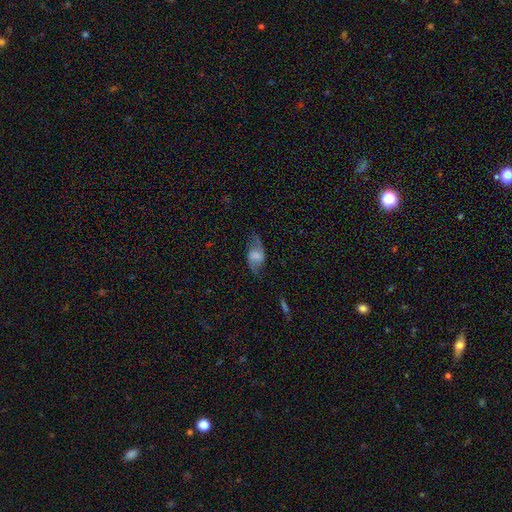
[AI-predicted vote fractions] Q: Smooth or featured?
A: featured or disk (63%); runner-up: smooth (29%)
Q: Edge-on disk?
A: no (93%); runner-up: yes (7%)
Q: Bar?
A: weak (48%); runner-up: strong (27%)
Q: Spiral arms?
A: yes (85%); runner-up: no (15%)
Q: Bulge size?
A: none (31%); runner-up: moderate (26%)
Q: Merging?
A: none (71%); runner-up: minor disturbance (18%)